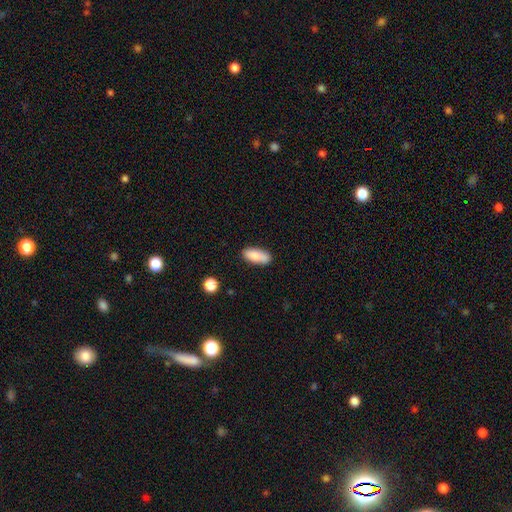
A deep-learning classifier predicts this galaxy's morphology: The model was most divided on "merging": none: 70%, minor disturbance: 19%, merger: 7%, major disturbance: 4%. More confident: smooth or featured — smooth (83%); how rounded — in between (82%).